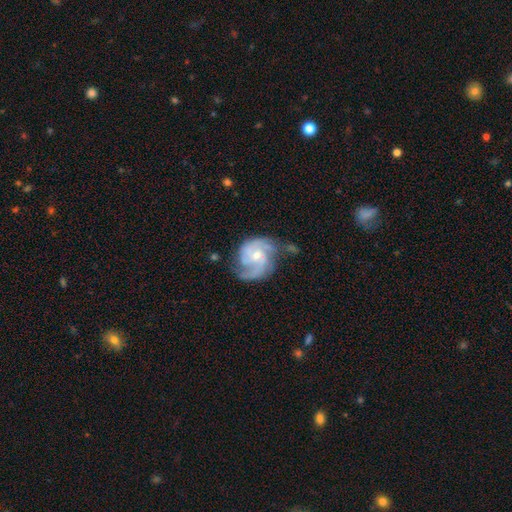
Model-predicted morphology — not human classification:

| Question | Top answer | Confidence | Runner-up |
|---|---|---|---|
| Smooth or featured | featured or disk | 89% | smooth (7%) |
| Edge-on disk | no | 98% | yes (2%) |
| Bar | no | 60% | weak (34%) |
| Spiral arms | yes | 97% | no (3%) |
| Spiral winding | medium | 50% | tight (36%) |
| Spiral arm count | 2 | 48% | 3 (30%) |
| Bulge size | small | 56% | moderate (40%) |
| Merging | none | 63% | minor disturbance (23%) |